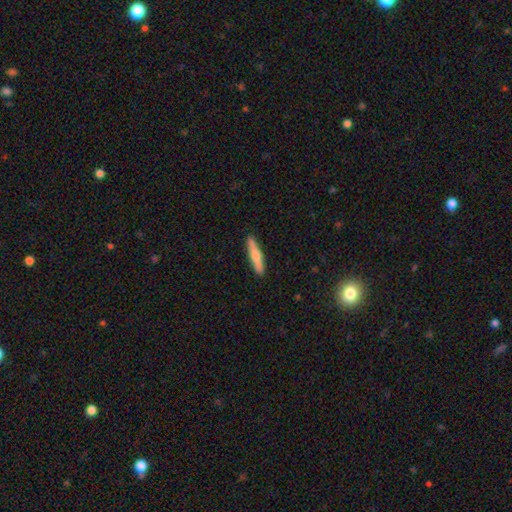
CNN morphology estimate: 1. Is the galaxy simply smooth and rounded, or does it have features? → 62% smooth, 33% featured or disk, 5% star or artifact.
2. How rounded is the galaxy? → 90% cigar-shaped, 9% in between, 2% round.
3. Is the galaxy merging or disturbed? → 91% none, 7% minor disturbance, 1% major disturbance, 1% merger.